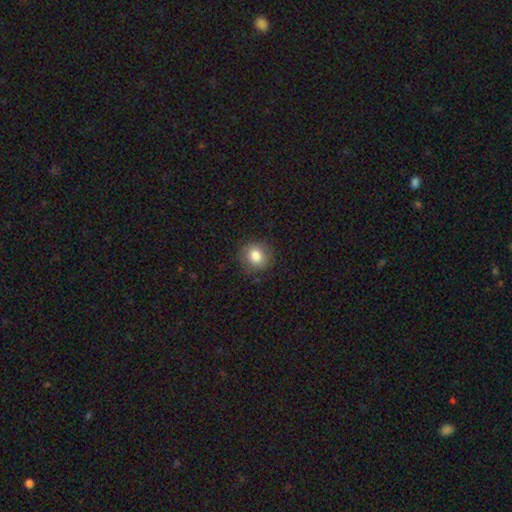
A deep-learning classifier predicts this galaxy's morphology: This is clearly a smooth galaxy (83%). How rounded: clearly round (86%). Merging: clearly none (85%).